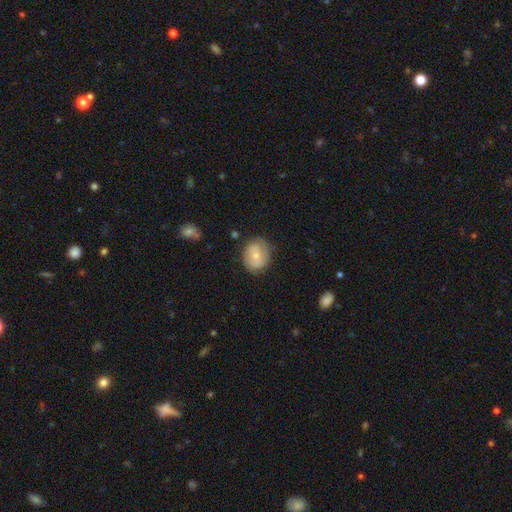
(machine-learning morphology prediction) smooth-or-featured: smooth: 55% | featured or disk: 38% | star or artifact: 7%
  how-rounded: round: 59% | in between: 40% | cigar-shaped: 1%
  merging: none: 71% | minor disturbance: 21% | major disturbance: 6% | merger: 2%